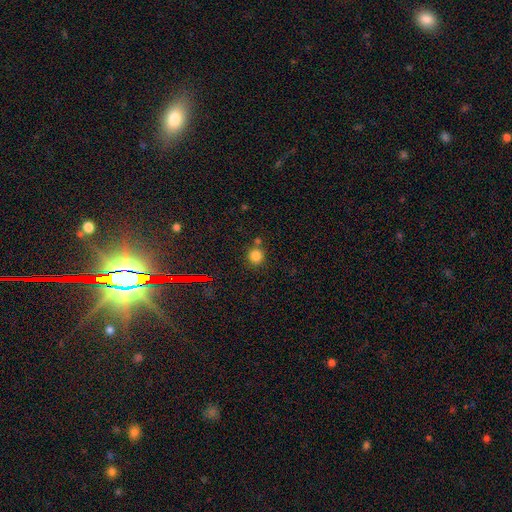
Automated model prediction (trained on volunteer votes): Smooth or featured: smooth — 81% (star or artifact — 14%)
How rounded: round — 89% (in between — 10%)
Merging: none — 73% (merger — 14%)